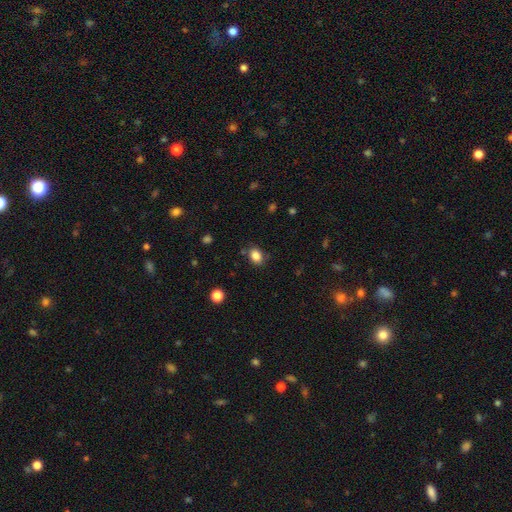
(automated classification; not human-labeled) This is clearly a smooth galaxy (85%). How rounded: likely in between (61%). Merging: clearly none (81%).